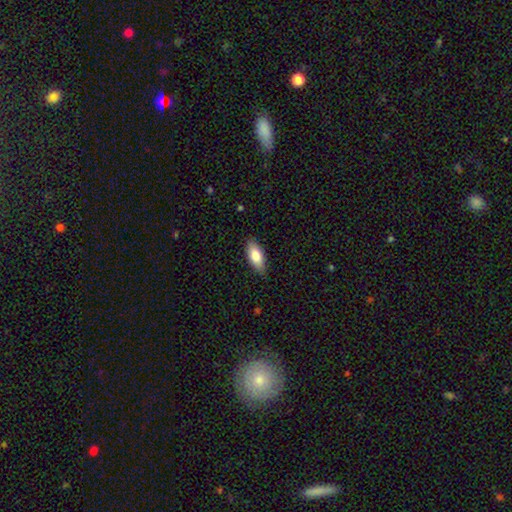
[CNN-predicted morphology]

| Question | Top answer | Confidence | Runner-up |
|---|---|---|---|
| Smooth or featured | smooth | 79% | featured or disk (15%) |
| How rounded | in between | 84% | cigar-shaped (13%) |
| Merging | none | 85% | minor disturbance (12%) |